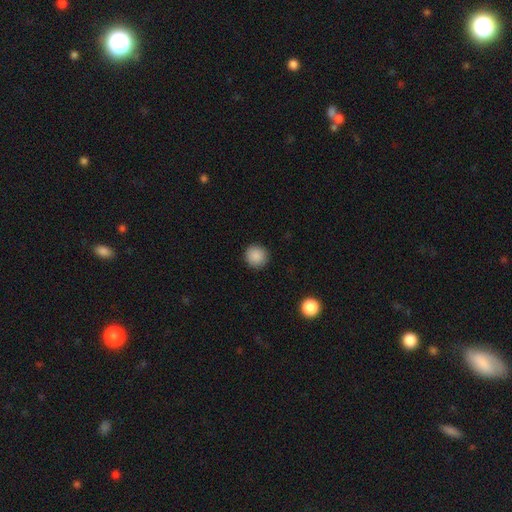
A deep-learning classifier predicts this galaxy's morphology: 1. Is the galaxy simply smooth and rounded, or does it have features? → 88% smooth, 9% star or artifact, 3% featured or disk.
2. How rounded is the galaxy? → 94% round, 5% in between, 1% cigar-shaped.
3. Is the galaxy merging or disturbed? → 91% none, 6% minor disturbance, 2% major disturbance, 1% merger.